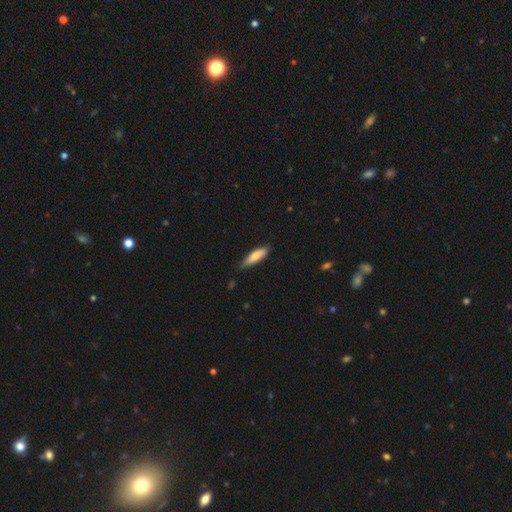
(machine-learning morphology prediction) A smooth galaxy with no disk features (78%) that is cigar-shaped (64%). Merging: none (73%).